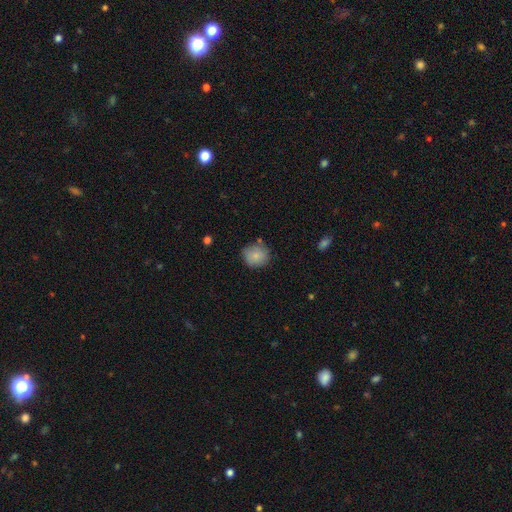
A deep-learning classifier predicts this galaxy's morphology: smooth-or-featured: smooth: 84% | star or artifact: 8% | featured or disk: 8%
  how-rounded: round: 85% | in between: 14% | cigar-shaped: 1%
  merging: none: 77% | minor disturbance: 16% | merger: 4% | major disturbance: 3%